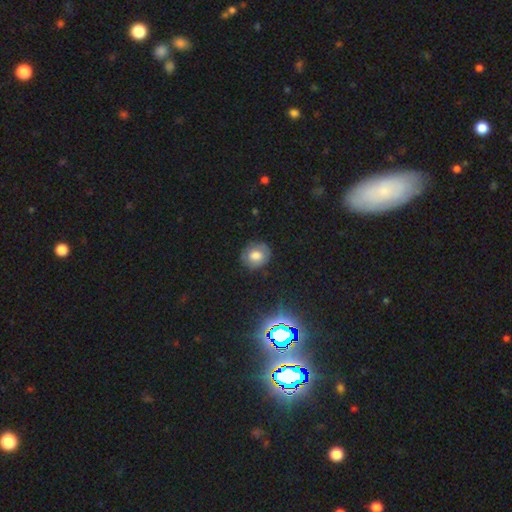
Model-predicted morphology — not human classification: Smooth or featured? Predicted: smooth (p=0.60). How rounded? Predicted: round (p=0.73). Merging? Predicted: none (p=0.79).